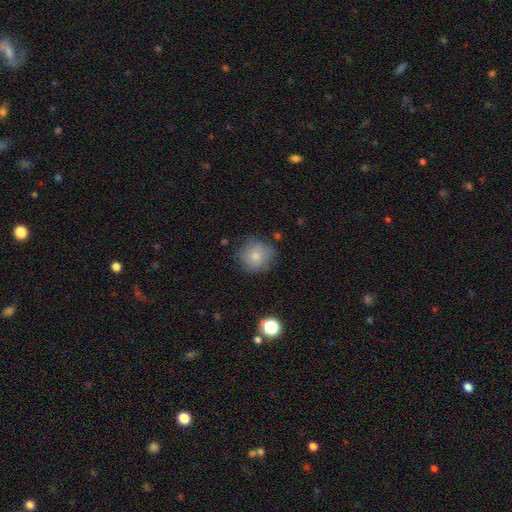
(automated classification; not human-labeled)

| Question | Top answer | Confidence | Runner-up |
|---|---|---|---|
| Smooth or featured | smooth | 76% | featured or disk (15%) |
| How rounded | round | 90% | in between (9%) |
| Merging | none | 72% | minor disturbance (20%) |